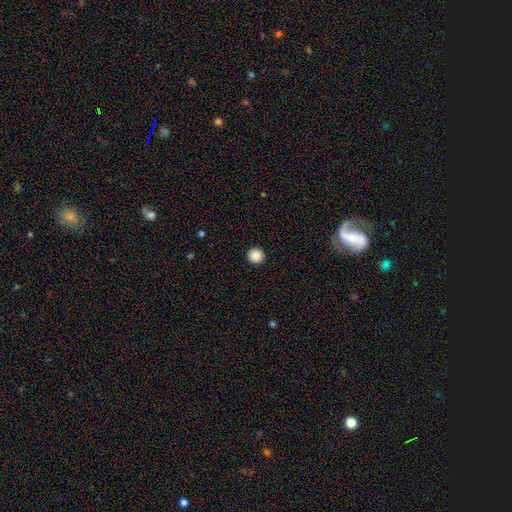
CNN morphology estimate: type=smooth (88%); roundness=round (93%); merging=none (93%).